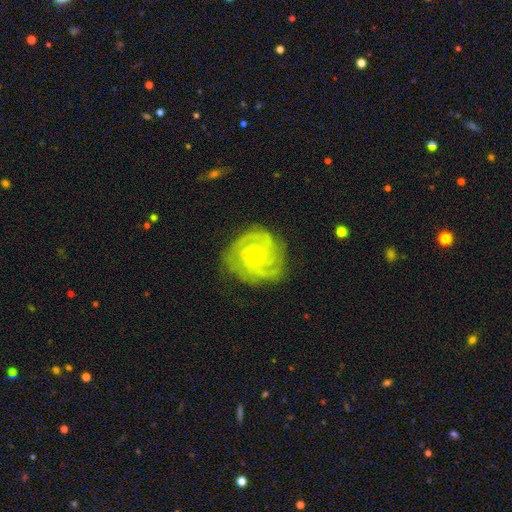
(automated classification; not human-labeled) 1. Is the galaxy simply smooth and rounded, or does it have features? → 87% featured or disk, 8% smooth, 5% star or artifact.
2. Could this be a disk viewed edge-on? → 98% no, 2% yes.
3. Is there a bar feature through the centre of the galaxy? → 74% no, 22% weak, 4% strong.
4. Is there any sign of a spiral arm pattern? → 97% yes, 3% no.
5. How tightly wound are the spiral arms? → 66% tight, 29% medium, 5% loose.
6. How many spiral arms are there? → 36% 3, 28% 2, 16% can't tell, 10% 4, 5% 1, 5% more than 4.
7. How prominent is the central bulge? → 72% small, 25% moderate, 2% none, 1% large, 1% dominant.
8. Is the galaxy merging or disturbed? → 78% none, 16% minor disturbance, 5% major disturbance, 2% merger.